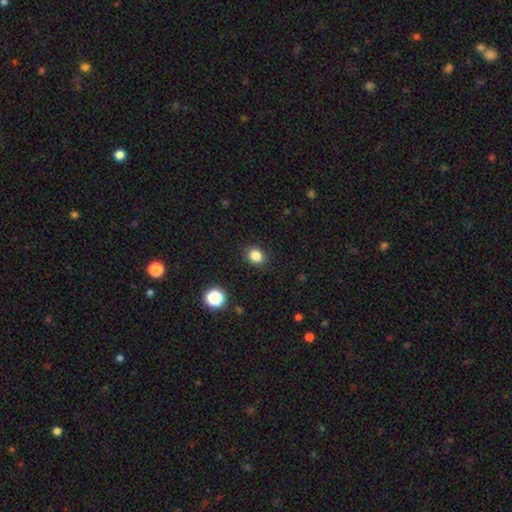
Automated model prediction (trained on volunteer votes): Smooth or featured: smooth — 84% (star or artifact — 12%)
How rounded: round — 58% (in between — 41%)
Merging: none — 89% (minor disturbance — 8%)